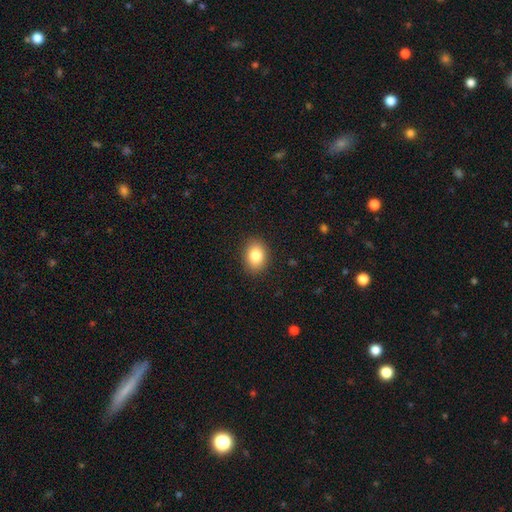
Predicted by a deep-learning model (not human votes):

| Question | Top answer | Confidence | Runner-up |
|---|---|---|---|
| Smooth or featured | smooth | 85% | star or artifact (8%) |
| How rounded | in between | 68% | round (31%) |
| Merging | none | 88% | minor disturbance (8%) |